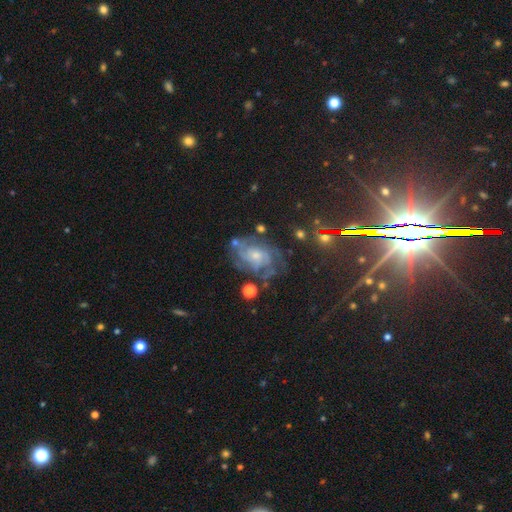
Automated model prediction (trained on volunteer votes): Smooth or featured?
  - featured or disk: 77% *
  - smooth: 12%
  - star or artifact: 12%
Edge-on disk?
  - no: 97% *
  - yes: 3%
Bar?
  - no: 74% *
  - weak: 22%
  - strong: 4%
Spiral arms?
  - yes: 91% *
  - no: 9%
Spiral winding?
  - tight: 51% *
  - medium: 38%
  - loose: 12%
Spiral arm count?
  - can't tell: 40% *
  - 3: 17%
  - 4: 14%
  - 2: 13%
  - more than 4: 9%
  - 1: 7%
Bulge size?
  - small: 60% *
  - moderate: 31%
  - none: 4%
  - large: 3%
  - dominant: 1%
Merging?
  - none: 62% *
  - minor disturbance: 20%
  - major disturbance: 14%
  - merger: 4%